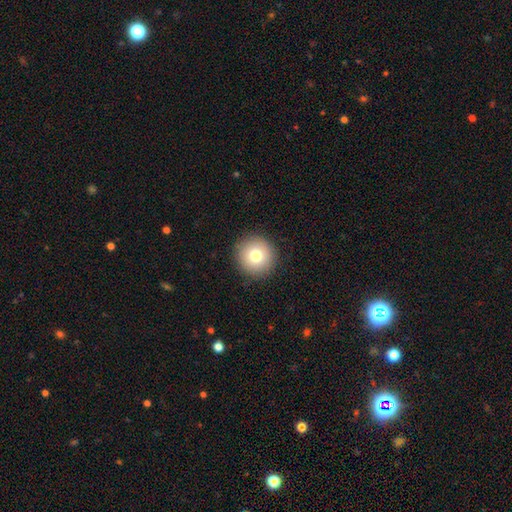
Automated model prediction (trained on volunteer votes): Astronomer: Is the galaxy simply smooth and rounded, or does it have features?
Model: smooth — 78%.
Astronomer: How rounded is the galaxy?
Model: round — 95%.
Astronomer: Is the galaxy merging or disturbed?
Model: none — 91%.